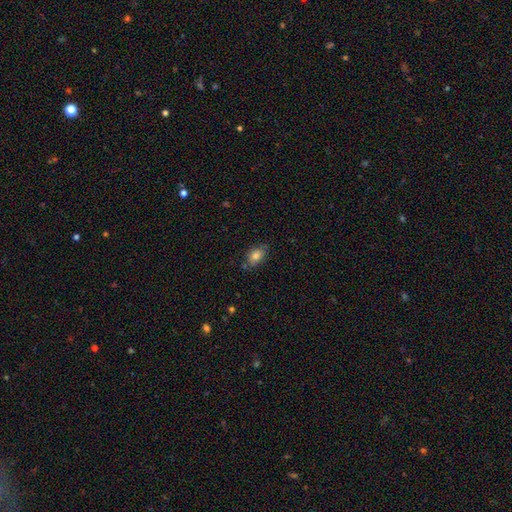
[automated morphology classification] Smooth or featured? Predicted: smooth (p=0.82). How rounded? Predicted: in between (p=0.83). Merging? Predicted: none (p=0.74).